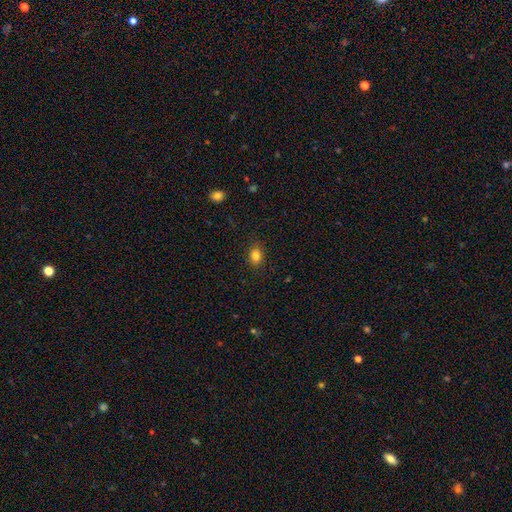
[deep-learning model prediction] This is clearly a smooth galaxy (83%). How rounded: possibly in between (57%). Merging: clearly none (87%).